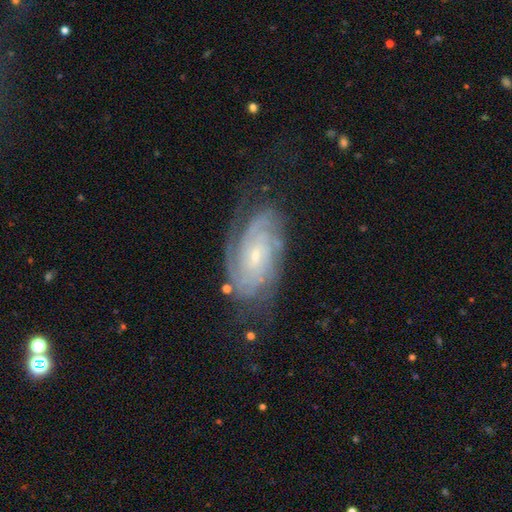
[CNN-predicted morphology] Overall: featured or disk (86%). Edge-on disk: no (95%). Bar: no (62%; weak 30%). Spiral arms: yes (97%). Spiral arm count: can't tell (29%; 2 23%). Spiral winding: tight (74%). Bulge size: small (73%). Merging: none (71%).